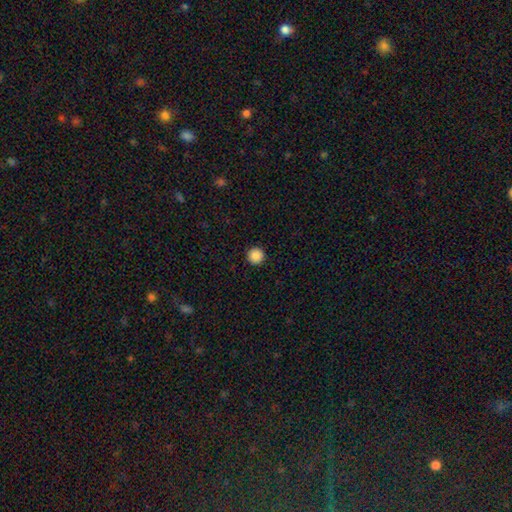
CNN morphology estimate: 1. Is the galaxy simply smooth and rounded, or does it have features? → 88% smooth, 10% star or artifact, 2% featured or disk.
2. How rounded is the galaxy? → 97% round, 2% in between, 1% cigar-shaped.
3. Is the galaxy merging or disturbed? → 93% none, 4% minor disturbance, 1% major disturbance, 1% merger.